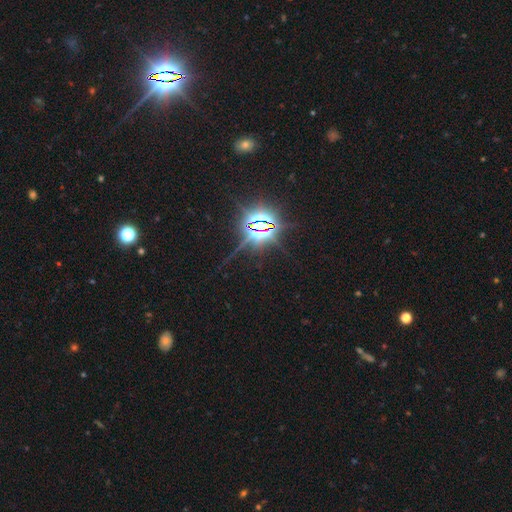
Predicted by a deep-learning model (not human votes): This appears to be a star or artifact, not a galaxy (83%).